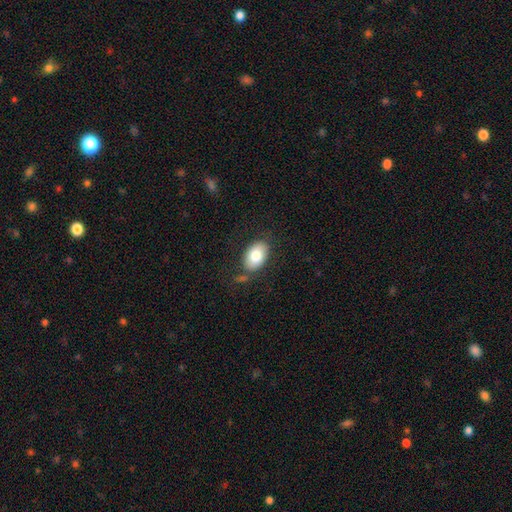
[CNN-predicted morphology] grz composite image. It shows a smooth galaxy with no disk features (80%) that is in between round and cigar-shaped (89%). Merging: none (76%).